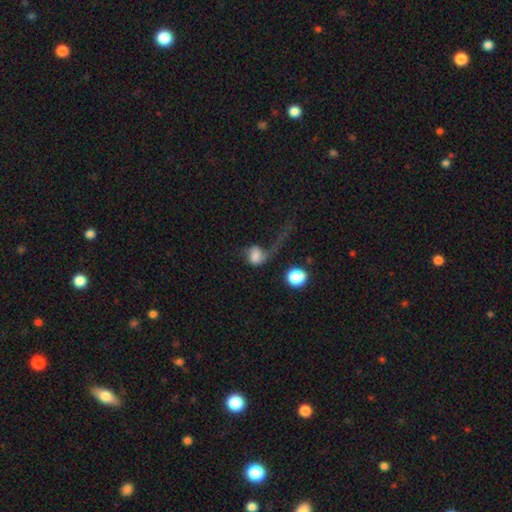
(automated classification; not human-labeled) Smooth or featured? Predicted: smooth (p=0.55). How rounded? Predicted: round (p=0.56). Merging? Predicted: major disturbance (p=0.58).